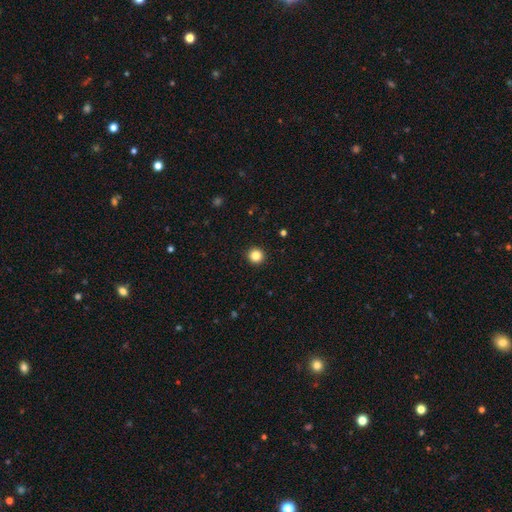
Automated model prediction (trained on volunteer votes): smooth-or-featured: smooth: 86% | star or artifact: 11% | featured or disk: 4%
  how-rounded: round: 96% | in between: 3% | cigar-shaped: 1%
  merging: none: 94% | minor disturbance: 4% | major disturbance: 1% | merger: 1%